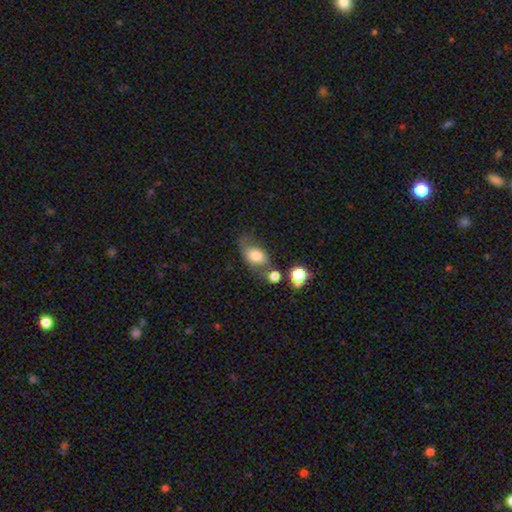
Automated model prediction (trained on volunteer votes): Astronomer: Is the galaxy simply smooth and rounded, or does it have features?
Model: smooth — 71%.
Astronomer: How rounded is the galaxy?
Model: in between — 79%.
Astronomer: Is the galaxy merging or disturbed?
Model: none — 40% (runner-up: minor disturbance, 24%).